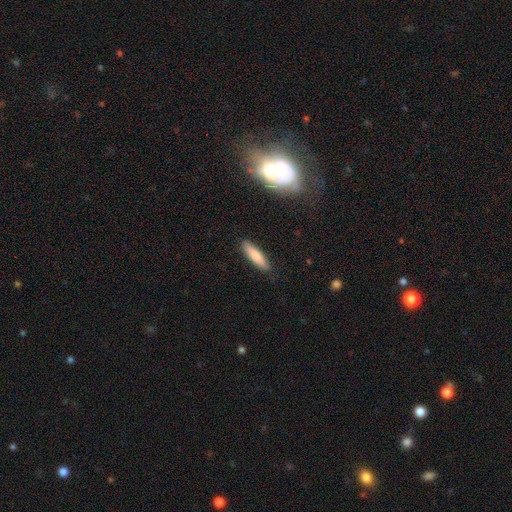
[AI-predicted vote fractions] A smooth galaxy with no disk features (77%) that is cigar-shaped (69%). Merging: none (88%).